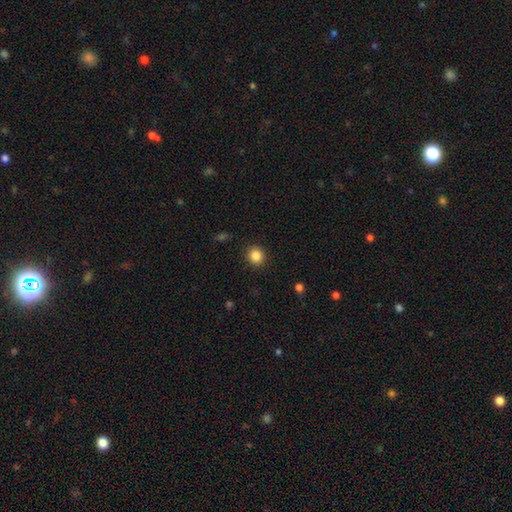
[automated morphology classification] Smooth or featured? Predicted: smooth (p=0.86). How rounded? Predicted: round (p=0.82). Merging? Predicted: none (p=0.90).